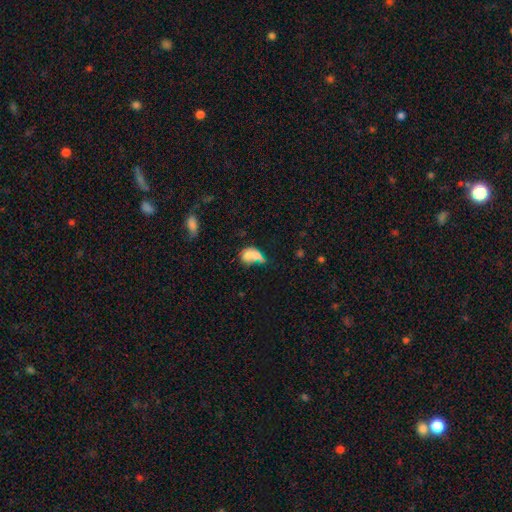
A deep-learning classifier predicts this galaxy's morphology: Overall: smooth (66%). How rounded: in between (65%; round 32%). Merging: merger (39%; none 26%).